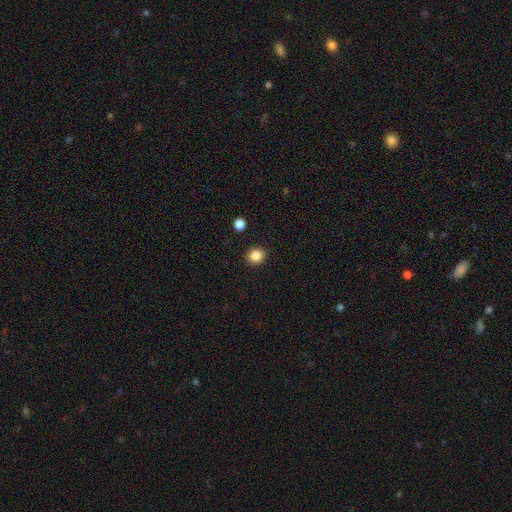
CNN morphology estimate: Q: Smooth or featured?
A: smooth (86%); runner-up: star or artifact (10%)
Q: How rounded?
A: round (79%); runner-up: in between (20%)
Q: Merging?
A: none (91%); runner-up: minor disturbance (5%)